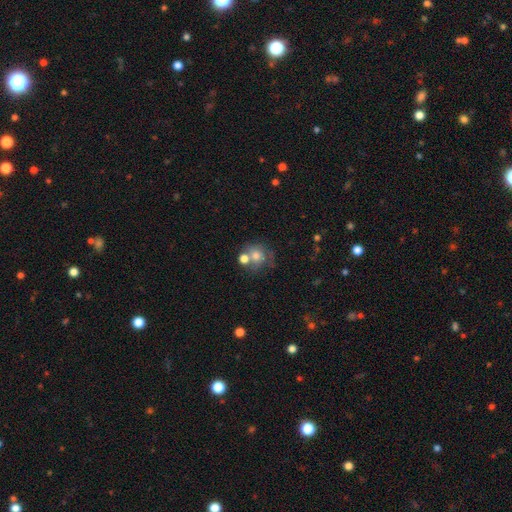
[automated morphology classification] smooth 63%, featured or disk 26%, star or artifact 11%. Down the decision tree: how rounded — round (77%); merging — none (38%).